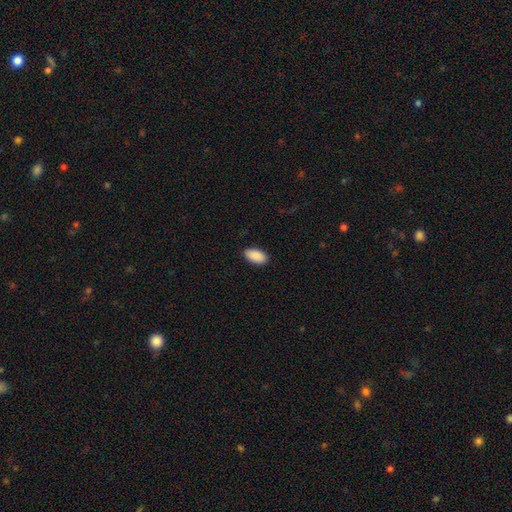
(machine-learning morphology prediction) Q: Smooth or featured?
A: smooth (90%); runner-up: star or artifact (6%)
Q: How rounded?
A: in between (95%); runner-up: round (3%)
Q: Merging?
A: none (89%); runner-up: minor disturbance (8%)